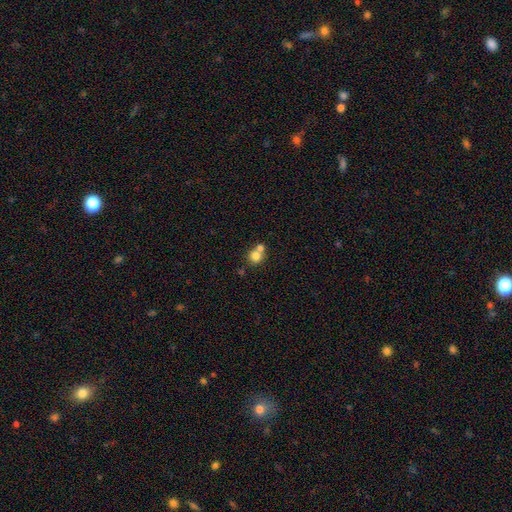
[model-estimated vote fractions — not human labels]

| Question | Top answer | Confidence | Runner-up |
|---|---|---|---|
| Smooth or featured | smooth | 78% | featured or disk (11%) |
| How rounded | round | 86% | in between (13%) |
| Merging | merger | 46% | none (45%) |